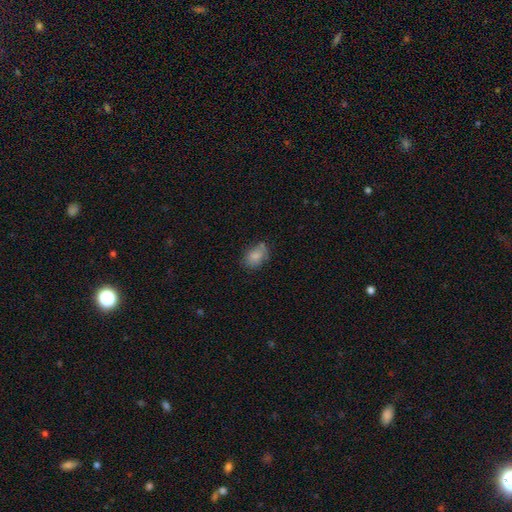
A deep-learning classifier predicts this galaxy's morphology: type=smooth (81%); roundness=in between (79%); merging=none (66%).